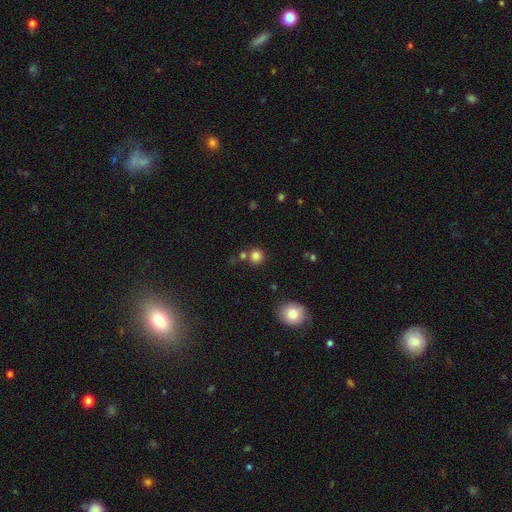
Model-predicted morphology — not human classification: Smooth or featured? Predicted: smooth (p=0.82). How rounded? Predicted: round (p=0.92). Merging? Predicted: none (p=0.73).